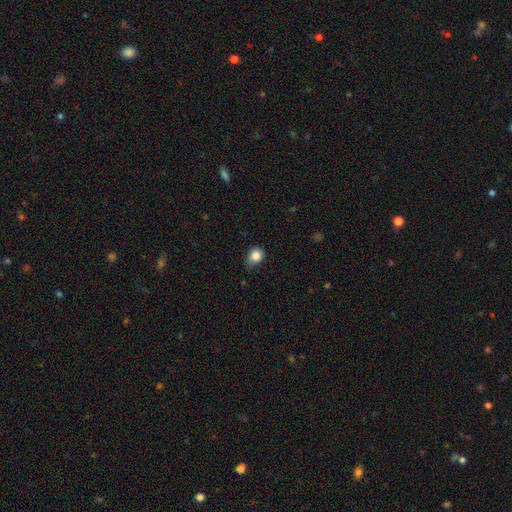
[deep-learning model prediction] Q: Smooth or featured?
A: smooth (85%); runner-up: star or artifact (9%)
Q: How rounded?
A: round (59%); runner-up: in between (40%)
Q: Merging?
A: none (51%); runner-up: minor disturbance (39%)